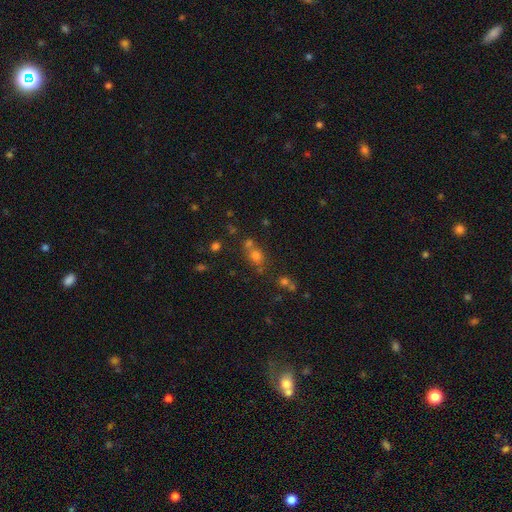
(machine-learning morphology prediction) Smooth or featured? smooth (63%)
How rounded? round (70%)
Merging? none (54%)